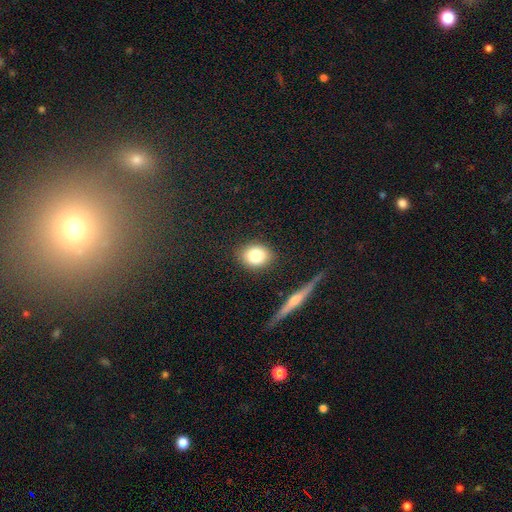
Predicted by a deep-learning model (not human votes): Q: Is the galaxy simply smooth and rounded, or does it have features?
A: smooth — 78%.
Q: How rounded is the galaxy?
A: round — 54%.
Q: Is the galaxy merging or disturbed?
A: none — 85%.